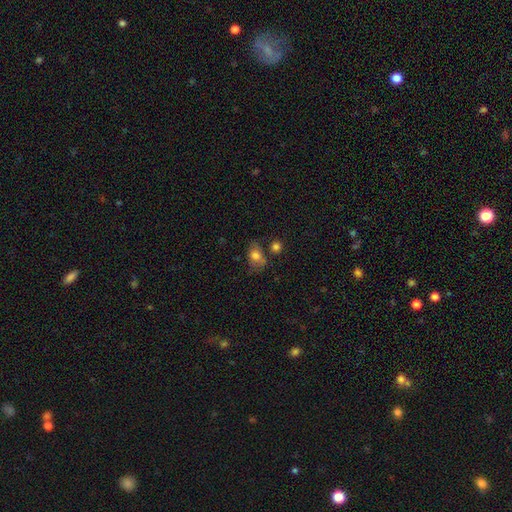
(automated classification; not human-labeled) This appears to be a smooth galaxy with no disk features (73%) that is in between round and cigar-shaped (73%). Merging: none (49%).